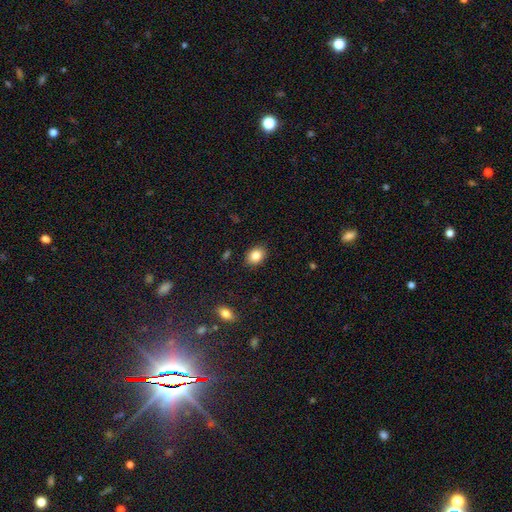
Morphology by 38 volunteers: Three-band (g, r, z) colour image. It shows a smooth galaxy with no disk features (89%) that is in between round and cigar-shaped (71%). Merging: none (94%).